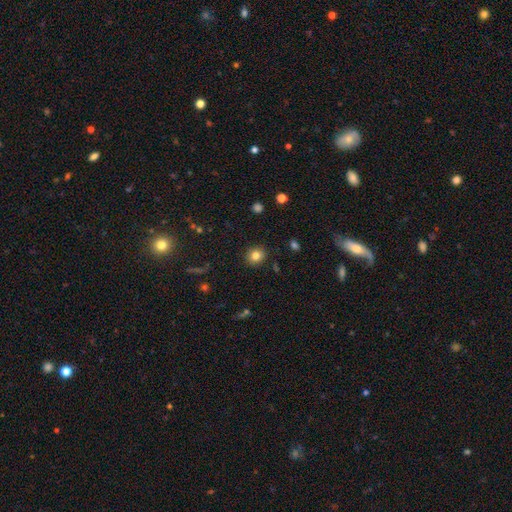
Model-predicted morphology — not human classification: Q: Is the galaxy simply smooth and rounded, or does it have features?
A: smooth — 82%.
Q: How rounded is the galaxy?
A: round — 82%.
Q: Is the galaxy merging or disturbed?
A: none — 90%.